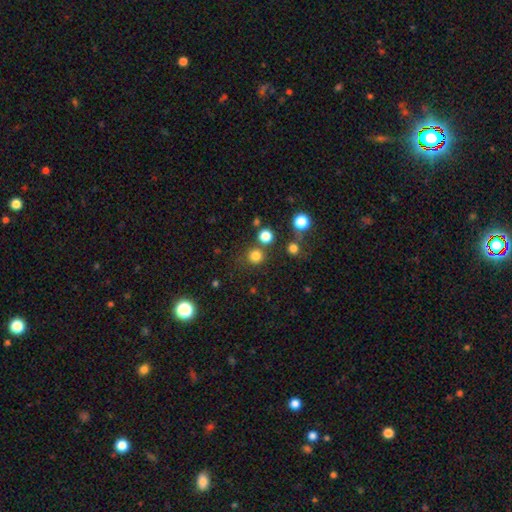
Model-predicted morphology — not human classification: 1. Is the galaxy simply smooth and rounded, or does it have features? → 79% smooth, 17% star or artifact, 5% featured or disk.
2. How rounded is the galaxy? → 93% round, 6% in between, 1% cigar-shaped.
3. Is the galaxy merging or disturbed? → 80% none, 9% merger, 8% minor disturbance, 3% major disturbance.